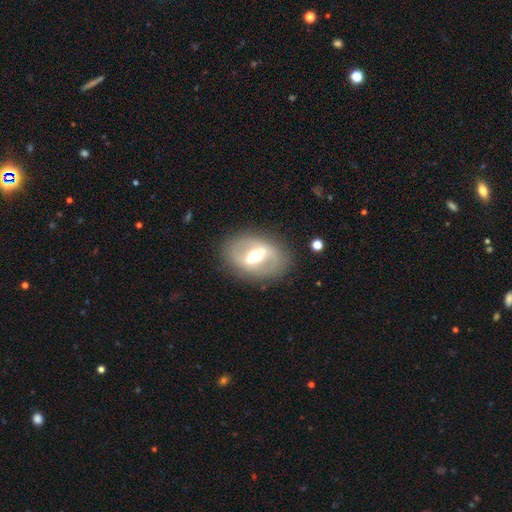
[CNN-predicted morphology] Smooth or featured? Predicted: featured or disk (p=0.74). Edge-on disk? Predicted: no (p=0.88). Bar? Predicted: strong (p=0.64). Spiral arms? Predicted: no (p=0.62). Bulge size? Predicted: moderate (p=0.69). Merging? Predicted: none (p=0.82).